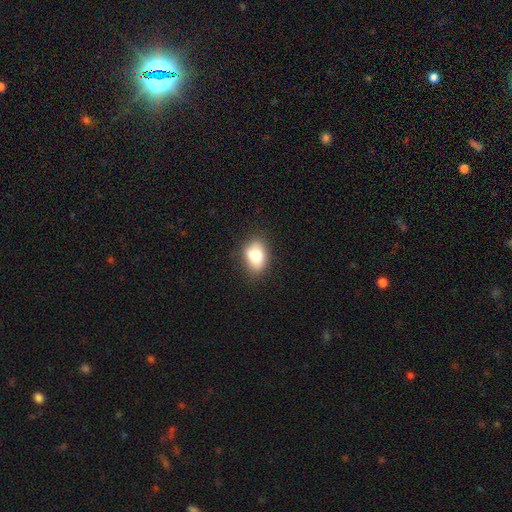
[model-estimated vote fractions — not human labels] Q: Smooth or featured?
A: smooth (77%); runner-up: featured or disk (14%)
Q: How rounded?
A: in between (79%); runner-up: round (20%)
Q: Merging?
A: none (72%); runner-up: minor disturbance (21%)